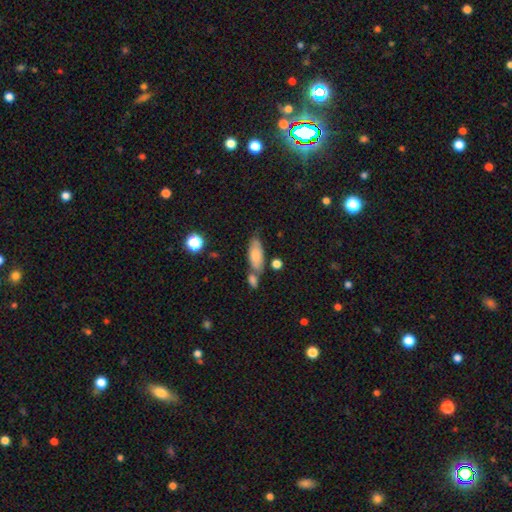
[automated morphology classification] smooth_or_featured: smooth (p=0.74) [alt: featured or disk p=0.19]
how_rounded: in between (p=0.76) [alt: cigar-shaped p=0.21]
merging: none (p=0.54) [alt: merger p=0.25]